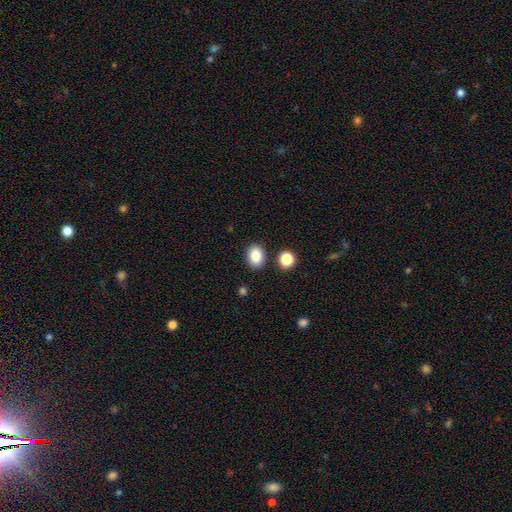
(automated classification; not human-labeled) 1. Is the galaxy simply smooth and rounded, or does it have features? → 86% smooth, 9% star or artifact, 5% featured or disk.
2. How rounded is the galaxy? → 64% in between, 35% round, 1% cigar-shaped.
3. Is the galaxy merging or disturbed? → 85% none, 9% minor disturbance, 4% merger, 2% major disturbance.